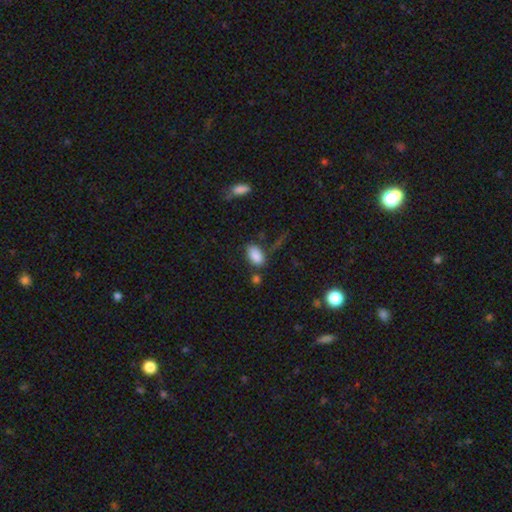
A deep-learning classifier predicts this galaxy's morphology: smooth_or_featured: smooth (p=0.86) [alt: star or artifact p=0.09]
how_rounded: in between (p=0.93) [alt: round p=0.06]
merging: none (p=0.69) [alt: minor disturbance p=0.17]